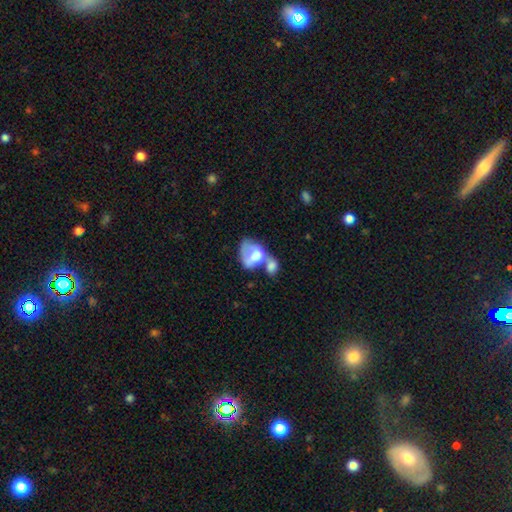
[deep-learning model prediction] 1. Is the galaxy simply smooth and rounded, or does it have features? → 56% smooth, 36% featured or disk, 8% star or artifact.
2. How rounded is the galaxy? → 77% in between, 21% round, 1% cigar-shaped.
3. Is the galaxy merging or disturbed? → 66% merger, 16% major disturbance, 10% none, 8% minor disturbance.